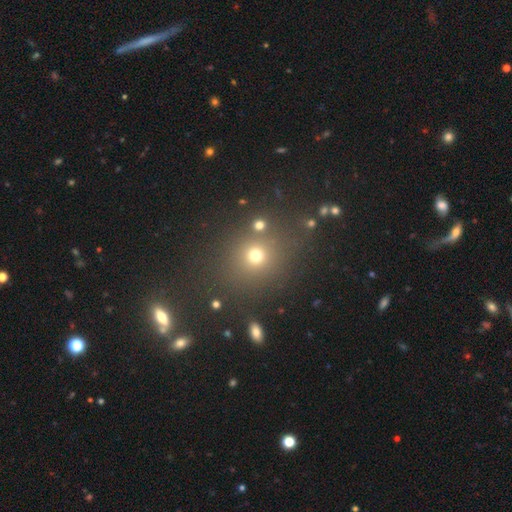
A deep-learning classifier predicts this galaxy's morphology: A smooth galaxy with no disk features (71%) that is round (82%).

Vote fractions:
- Smooth or featured? smooth: 71% / star or artifact: 21% / featured or disk: 8%
- How rounded? round: 82% / in between: 17% / cigar-shaped: 1%
- Merging? none: 75% / minor disturbance: 10% / merger: 8% / major disturbance: 6%